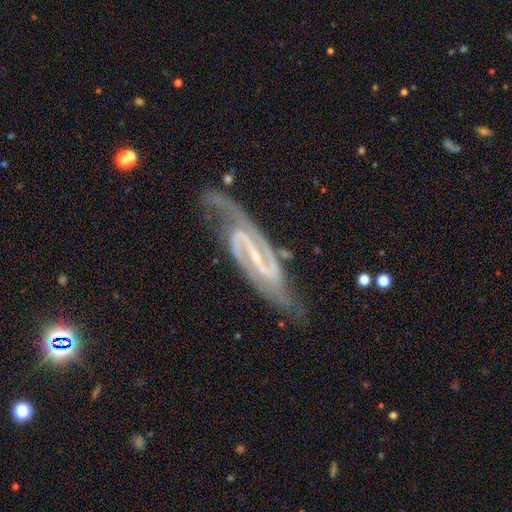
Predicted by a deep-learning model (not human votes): featured or disk 91%, star or artifact 5%, smooth 4%. Down the decision tree: edge-on disk — no (90%); bar — strong (62%); spiral arms — yes (98%); spiral arm count — 2 (92%); spiral winding — medium (53%); bulge size — small (74%); merging — none (73%).